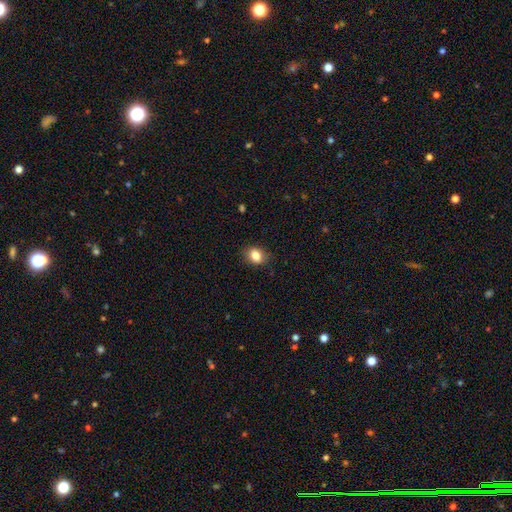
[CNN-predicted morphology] smooth-or-featured: smooth: 84% | star or artifact: 9% | featured or disk: 7%
  how-rounded: in between: 58% | round: 40% | cigar-shaped: 1%
  merging: none: 84% | minor disturbance: 12% | major disturbance: 3% | merger: 1%